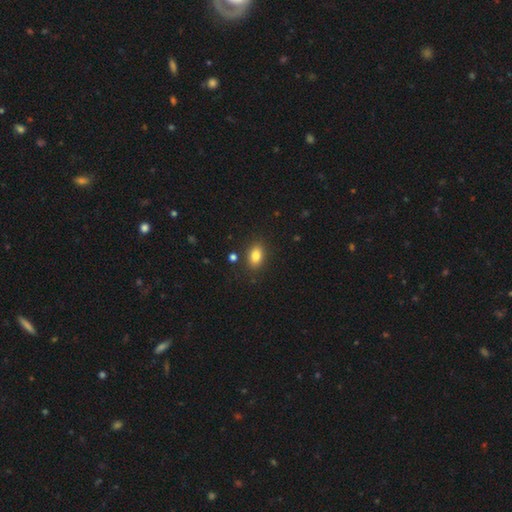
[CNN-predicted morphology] This is clearly a smooth galaxy (83%). How rounded: clearly in between (83%). Merging: clearly none (84%).